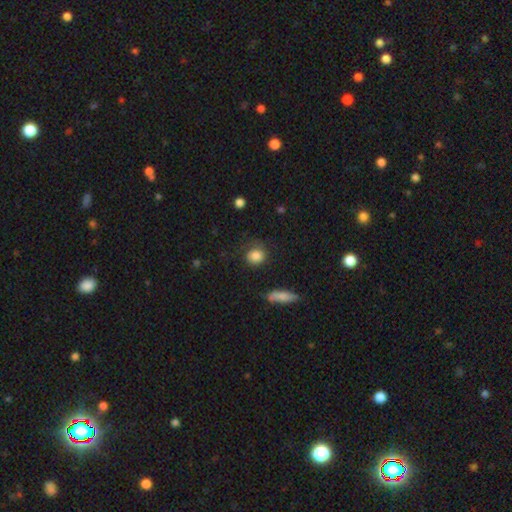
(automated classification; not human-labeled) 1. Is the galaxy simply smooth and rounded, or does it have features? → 83% smooth, 9% featured or disk, 8% star or artifact.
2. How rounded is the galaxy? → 76% round, 22% in between, 2% cigar-shaped.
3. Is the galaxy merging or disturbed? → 66% none, 20% minor disturbance, 11% major disturbance, 3% merger.